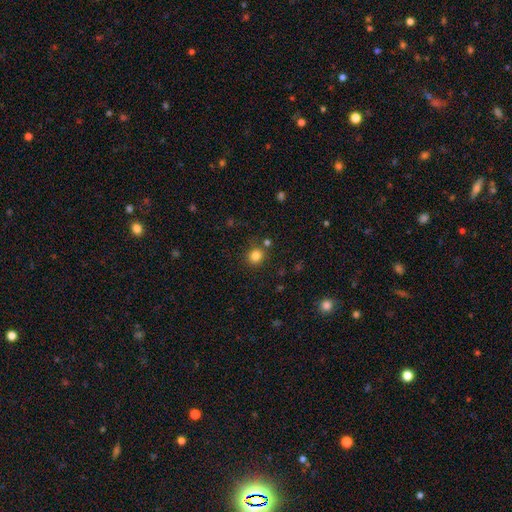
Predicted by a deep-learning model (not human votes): Smooth or featured?
  - smooth: 83% *
  - star or artifact: 13%
  - featured or disk: 5%
How rounded?
  - round: 87% *
  - in between: 13%
  - cigar-shaped: 1%
Merging?
  - none: 81% *
  - minor disturbance: 9%
  - merger: 6%
  - major disturbance: 3%